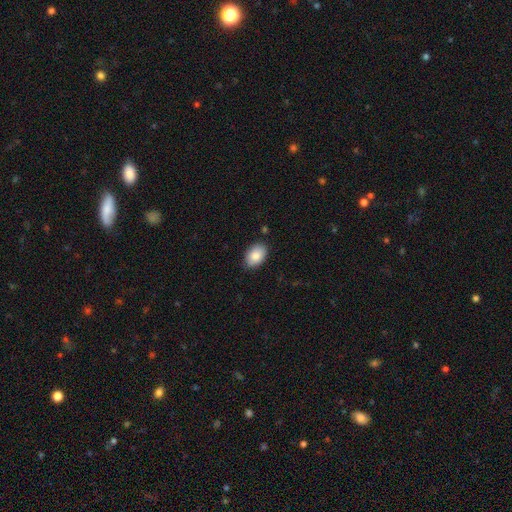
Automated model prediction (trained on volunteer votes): The model was most divided on "merging": none: 86%, minor disturbance: 11%, major disturbance: 2%, merger: 1%. More confident: how rounded — in between (89%); smooth or featured — smooth (86%).